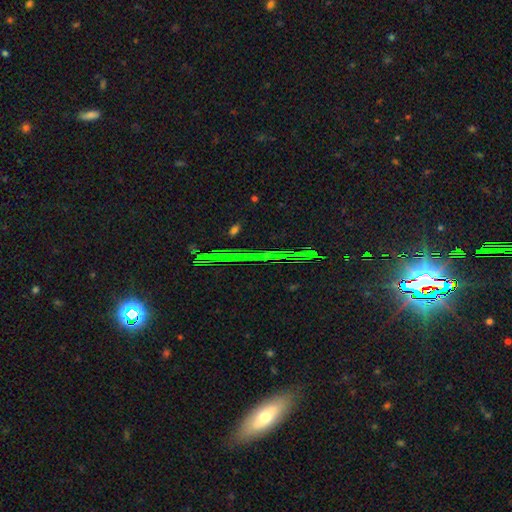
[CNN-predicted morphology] Overall: star or artifact (60%; featured or disk 25%).